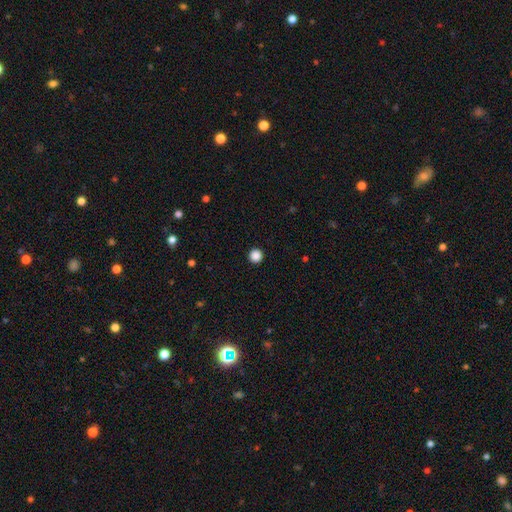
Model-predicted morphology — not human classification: Overall: smooth (87%). How rounded: round (96%). Merging: none (94%).